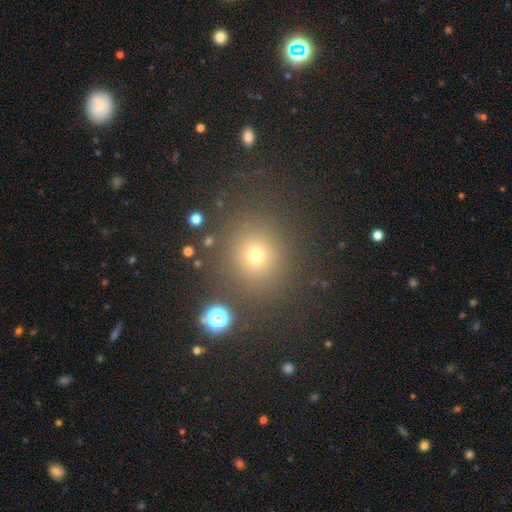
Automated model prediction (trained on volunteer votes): This appears to be a smooth galaxy with no disk features (62%) that is round (87%). Merging: none (85%).